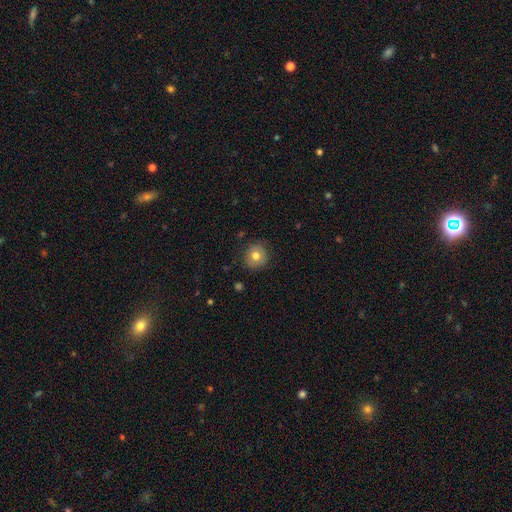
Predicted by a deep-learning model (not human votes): Smooth or featured: smooth — 75% (featured or disk — 15%)
How rounded: round — 91% (in between — 8%)
Merging: none — 85% (minor disturbance — 11%)